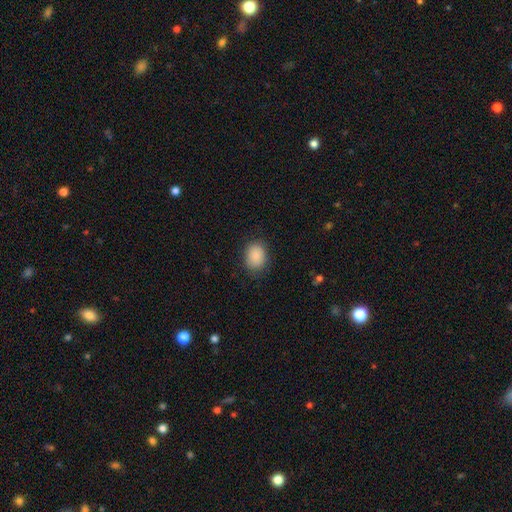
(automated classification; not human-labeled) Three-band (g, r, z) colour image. It shows a smooth galaxy with no disk features (88%) that is in between round and cigar-shaped (59%). Merging: none (83%).